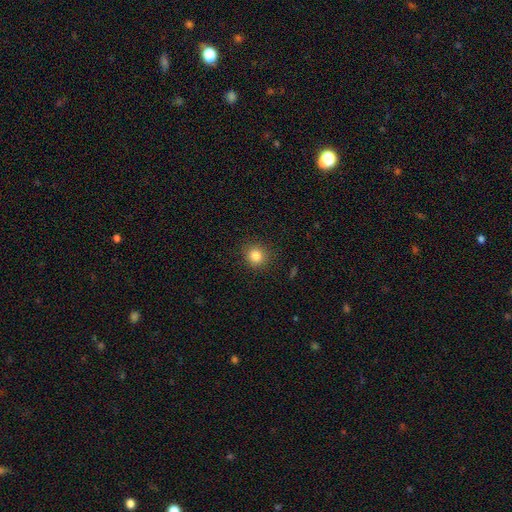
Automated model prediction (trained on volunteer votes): Overall: smooth (83%). How rounded: round (89%). Merging: none (90%).